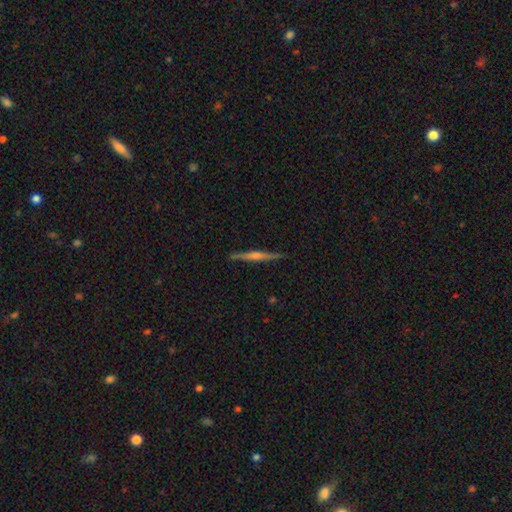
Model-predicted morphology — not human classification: This appears to be a featured or disk galaxy (79%) viewed edge-on (98%) with a rounded central bulge (82%). Merging: none (91%).